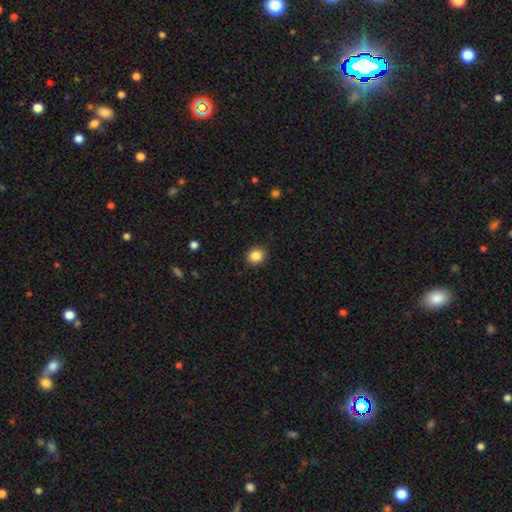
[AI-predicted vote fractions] smooth-or-featured: smooth: 86% | star or artifact: 10% | featured or disk: 4%
  how-rounded: round: 80% | in between: 19% | cigar-shaped: 1%
  merging: none: 90% | minor disturbance: 6% | major disturbance: 2% | merger: 1%